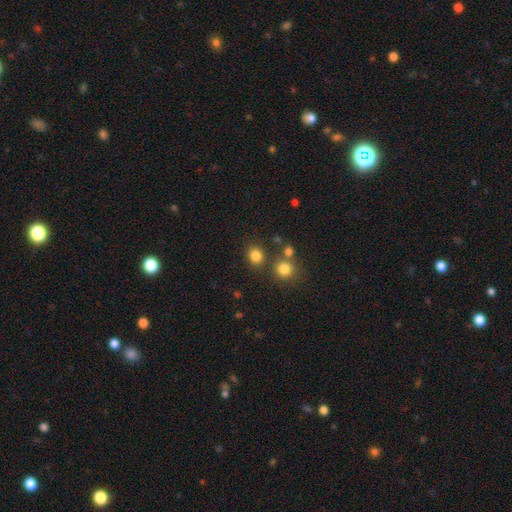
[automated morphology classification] A smooth galaxy with no disk features (82%) that is round (72%). Merging: none (77%).